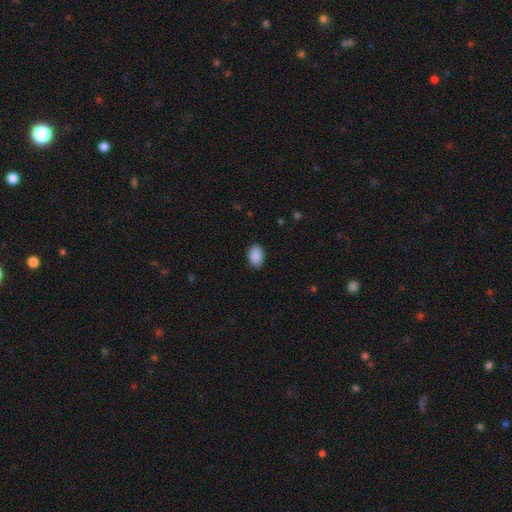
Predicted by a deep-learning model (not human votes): smooth-or-featured: smooth: 90% | star or artifact: 7% | featured or disk: 3%
  how-rounded: in between: 90% | round: 9% | cigar-shaped: 1%
  merging: none: 89% | minor disturbance: 8% | major disturbance: 2% | merger: 1%